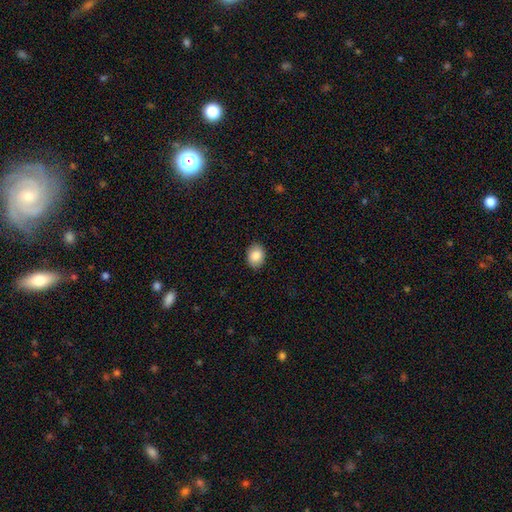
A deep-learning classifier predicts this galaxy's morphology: Smooth or featured?
  - smooth: 86% *
  - star or artifact: 8%
  - featured or disk: 6%
How rounded?
  - in between: 64% *
  - round: 35%
  - cigar-shaped: 1%
Merging?
  - none: 90% *
  - minor disturbance: 7%
  - major disturbance: 2%
  - merger: 1%